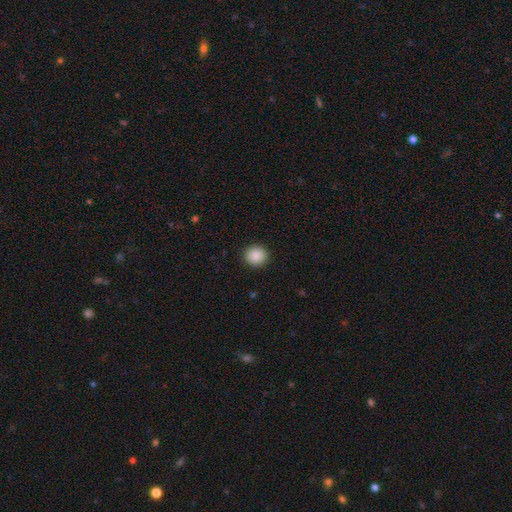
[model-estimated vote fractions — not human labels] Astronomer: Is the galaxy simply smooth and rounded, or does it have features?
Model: smooth — 88%.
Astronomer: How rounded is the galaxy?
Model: round — 89%.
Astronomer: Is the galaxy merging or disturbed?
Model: none — 92%.